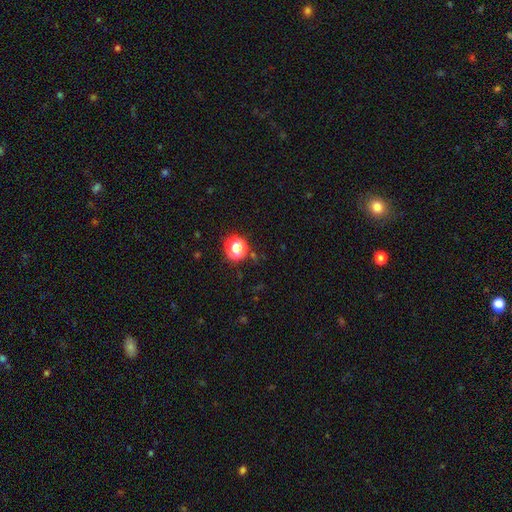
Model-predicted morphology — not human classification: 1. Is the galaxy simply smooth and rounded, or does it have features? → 68% star or artifact, 25% smooth, 7% featured or disk.